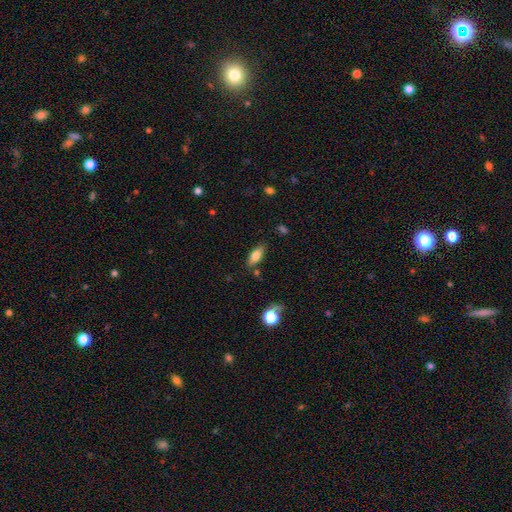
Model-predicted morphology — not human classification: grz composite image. It shows a smooth galaxy with no disk features (78%) that is in between round and cigar-shaped (80%). Merging: none (78%).